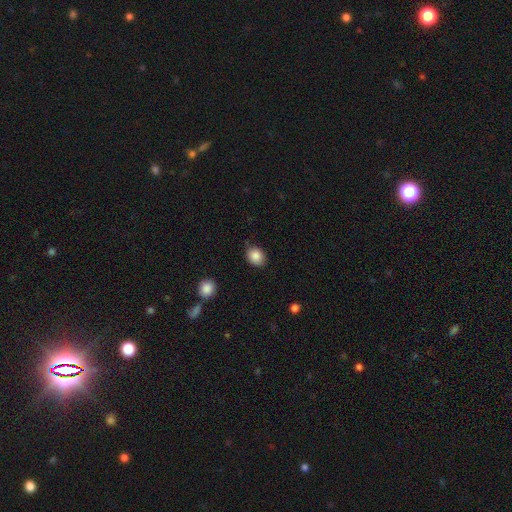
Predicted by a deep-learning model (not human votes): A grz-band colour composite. It shows a smooth galaxy with no disk features (87%) that is round (55%). Merging: none (79%).